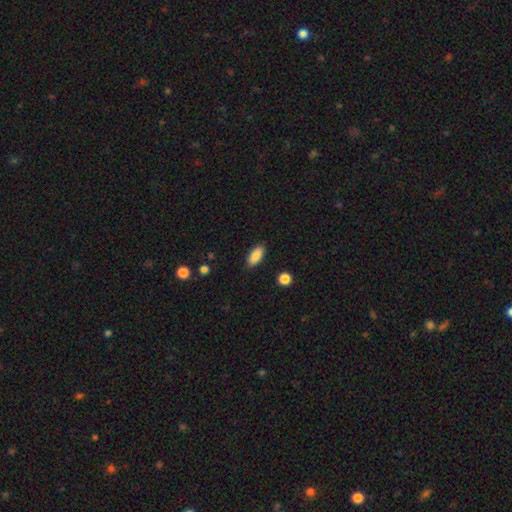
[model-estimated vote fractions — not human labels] smooth 88%, star or artifact 7%, featured or disk 5%. Down the decision tree: how rounded — in between (86%); merging — none (87%).